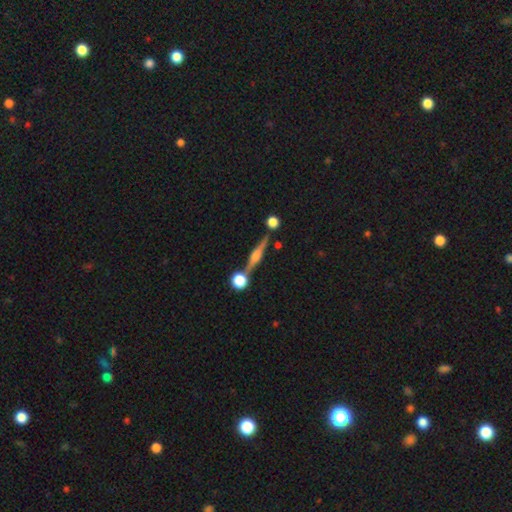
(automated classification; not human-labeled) smooth-or-featured: featured or disk: 74% | smooth: 18% | star or artifact: 8%
  disk-edge-on: yes: 97% | no: 3%
    edge-on-bulge: rounded: 84% | boxy: 11% | none: 5%
  merging: none: 81% | minor disturbance: 8% | merger: 8% | major disturbance: 3%